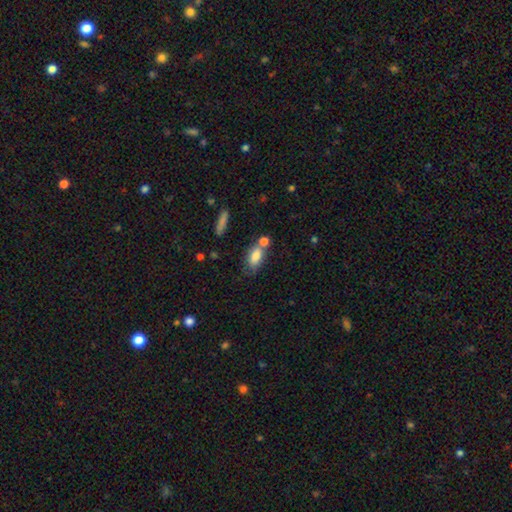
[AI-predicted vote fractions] A smooth galaxy with no disk features (79%) that is in between round and cigar-shaped (84%). Merging: none (45%).